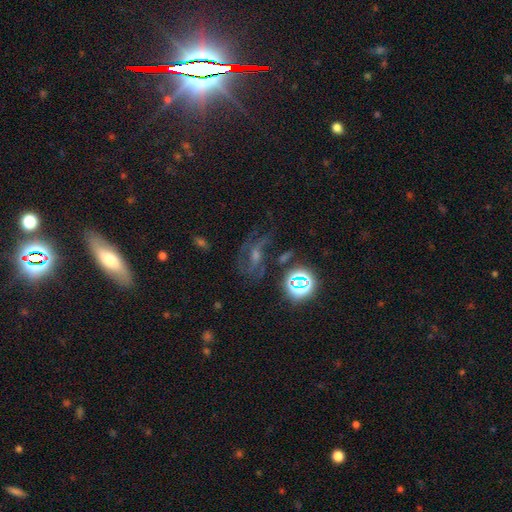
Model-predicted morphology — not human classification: Q: Smooth or featured?
A: featured or disk (54%); runner-up: star or artifact (31%)
Q: Edge-on disk?
A: no (95%); runner-up: yes (5%)
Q: Bar?
A: no (41%); runner-up: weak (40%)
Q: Spiral arms?
A: yes (87%); runner-up: no (13%)
Q: Bulge size?
A: small (41%); tied with: moderate (41%)
Q: Merging?
A: none (56%); runner-up: major disturbance (21%)